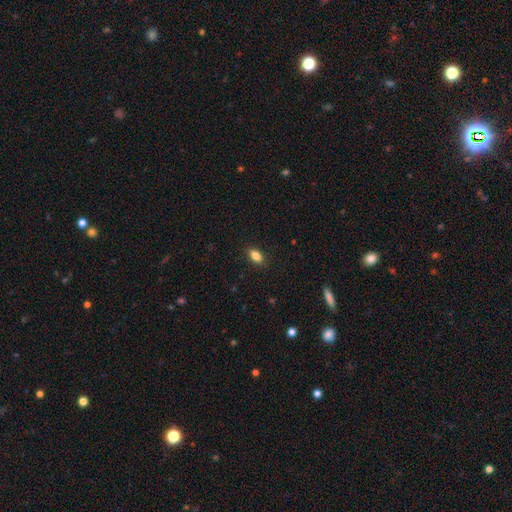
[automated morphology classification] Q: Smooth or featured?
A: smooth (84%); runner-up: star or artifact (9%)
Q: How rounded?
A: in between (86%); runner-up: round (9%)
Q: Merging?
A: none (88%); runner-up: minor disturbance (9%)